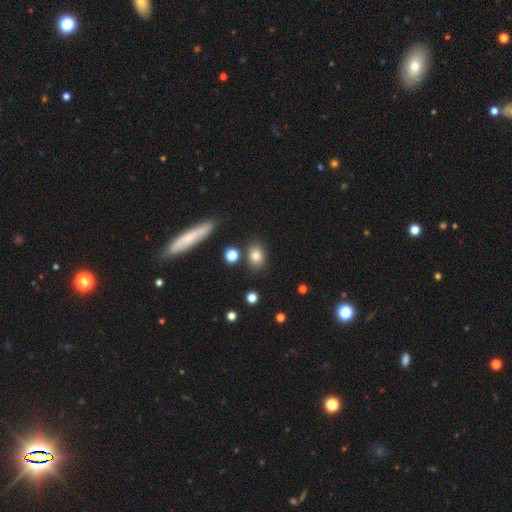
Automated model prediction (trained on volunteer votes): Smooth or featured? smooth (80%)
How rounded? in between (58%)
Merging? none (81%)